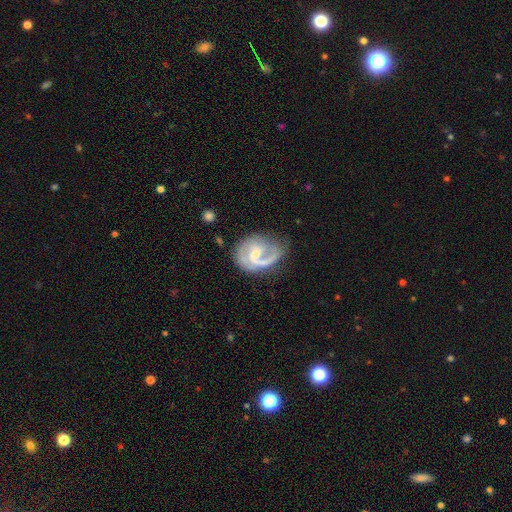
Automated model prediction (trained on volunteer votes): smooth-or-featured: featured or disk: 84% | smooth: 11% | star or artifact: 5%
  disk-edge-on: no: 98% | yes: 2%
    bar: weak: 55% | no: 30% | strong: 15%
    has-spiral-arms: yes: 94% | no: 6%
      spiral-winding: medium: 48% | tight: 27% | loose: 25%
      spiral-arm-count: 2: 47% | 1: 40% | can't tell: 7% | 3: 3% | 4: 1% | more than 4: 1%
    bulge-size: small: 53% | moderate: 31% | none: 13% | large: 2% | dominant: 1%
  merging: none: 54% | minor disturbance: 22% | major disturbance: 21% | merger: 3%